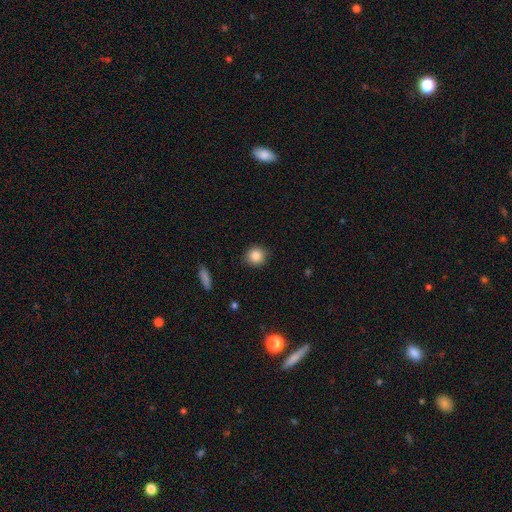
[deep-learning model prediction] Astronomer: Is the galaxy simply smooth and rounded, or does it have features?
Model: smooth — 86%.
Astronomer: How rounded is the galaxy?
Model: round — 88%.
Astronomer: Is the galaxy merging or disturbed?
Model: none — 89%.